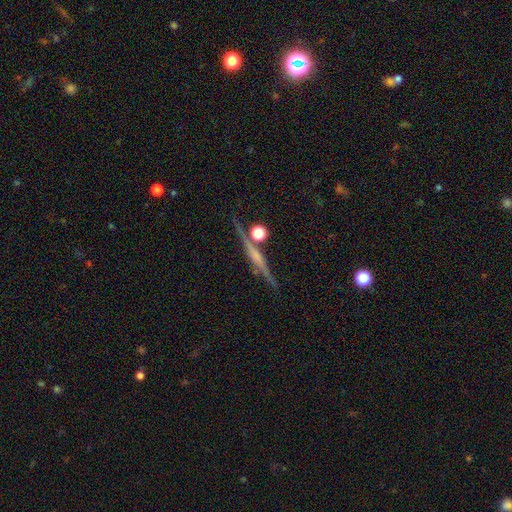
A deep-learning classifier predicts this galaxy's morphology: A featured or disk galaxy (72%) viewed edge-on (97%) with a rounded central bulge (43%). Merging: none (80%).